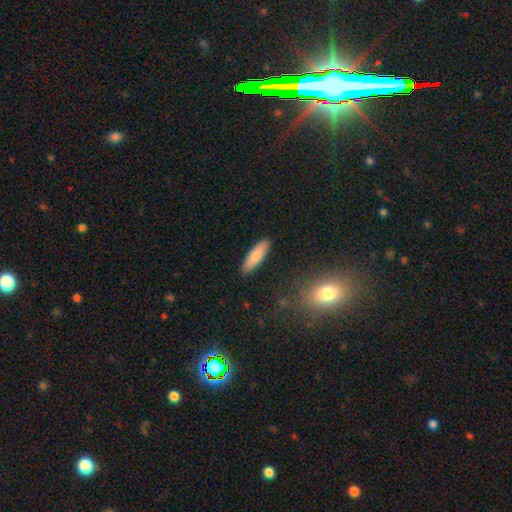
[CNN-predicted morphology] This is clearly a smooth galaxy (83%). How rounded: possibly cigar-shaped (59%). Merging: clearly none (90%).